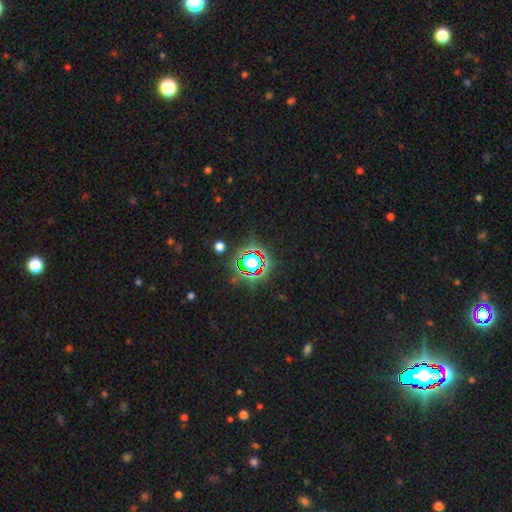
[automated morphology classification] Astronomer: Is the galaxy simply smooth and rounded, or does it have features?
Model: star or artifact — 73%.